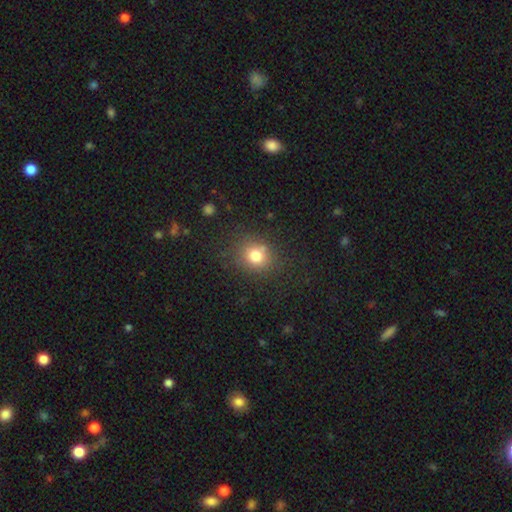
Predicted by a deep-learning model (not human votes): smooth 76%, star or artifact 15%, featured or disk 9%. Down the decision tree: how rounded — round (77%); merging — none (78%).